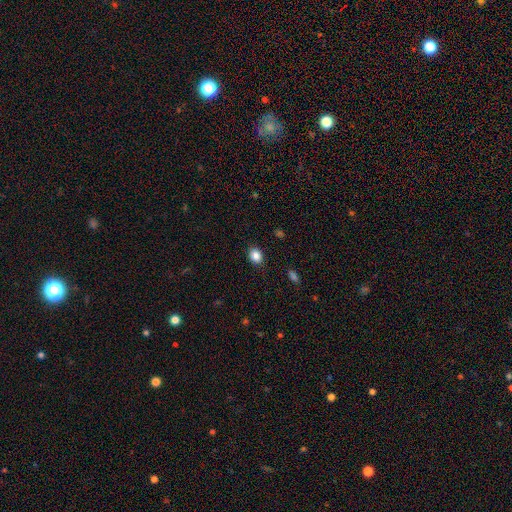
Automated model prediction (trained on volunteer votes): This appears to be a smooth galaxy with no disk features (86%) that is in between round and cigar-shaped (55%). Merging: none (87%).